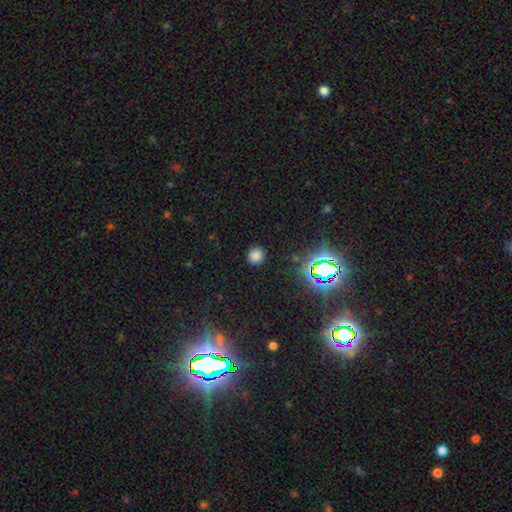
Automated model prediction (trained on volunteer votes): smooth_or_featured: smooth (p=0.76) [alt: star or artifact p=0.19]
how_rounded: round (p=0.91) [alt: in between p=0.08]
merging: none (p=0.89) [alt: minor disturbance p=0.07]